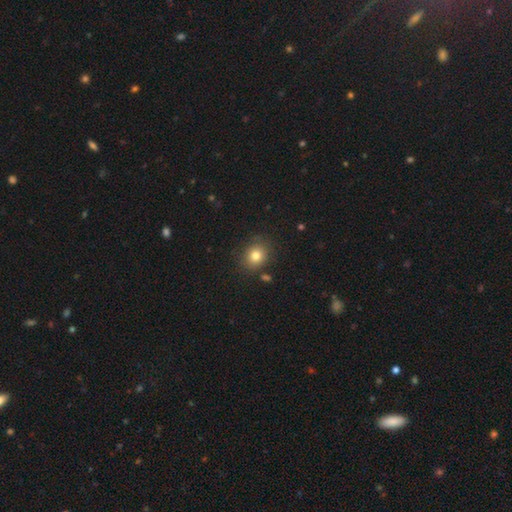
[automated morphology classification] A smooth galaxy with no disk features (80%) that is round (72%). Merging: none (83%).